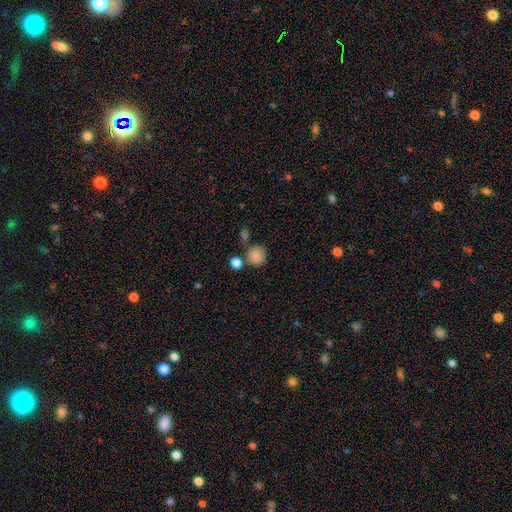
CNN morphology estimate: This is clearly a smooth galaxy (84%). How rounded: clearly round (86%). Merging: likely none (67%).